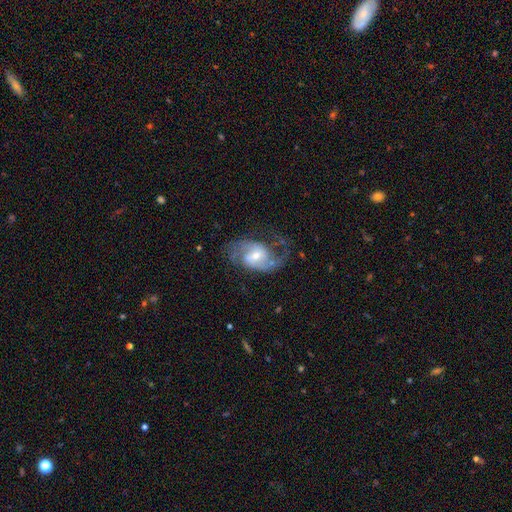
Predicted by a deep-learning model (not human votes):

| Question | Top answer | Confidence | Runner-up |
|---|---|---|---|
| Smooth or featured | featured or disk | 87% | smooth (8%) |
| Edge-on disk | no | 97% | yes (3%) |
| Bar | weak | 51% | no (33%) |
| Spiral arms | yes | 96% | no (4%) |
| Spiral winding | medium | 51% | loose (34%) |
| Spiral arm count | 2 | 87% | can't tell (5%) |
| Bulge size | moderate | 53% | small (39%) |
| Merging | none | 65% | minor disturbance (17%) |